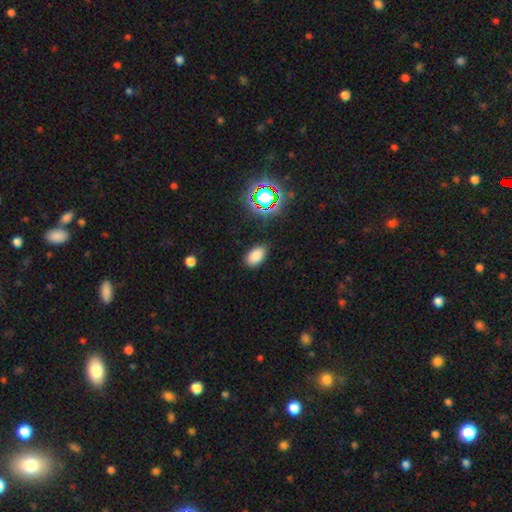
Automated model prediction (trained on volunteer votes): This is clearly a smooth galaxy (81%). How rounded: clearly in between (90%). Merging: clearly none (85%).